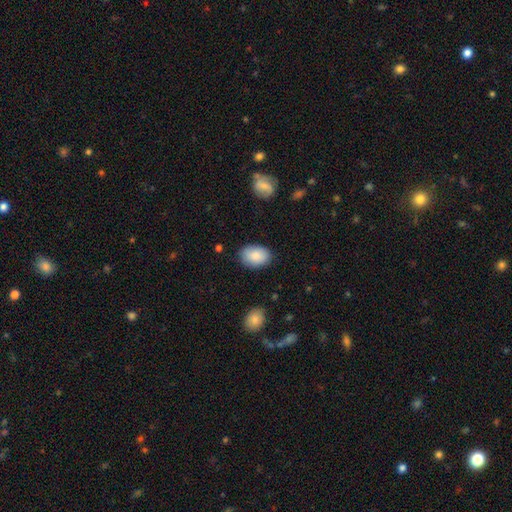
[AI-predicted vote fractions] The model was most divided on "how rounded": in between: 83%, round: 16%, cigar-shaped: 1%. More confident: smooth or featured — smooth (84%); merging — none (82%).